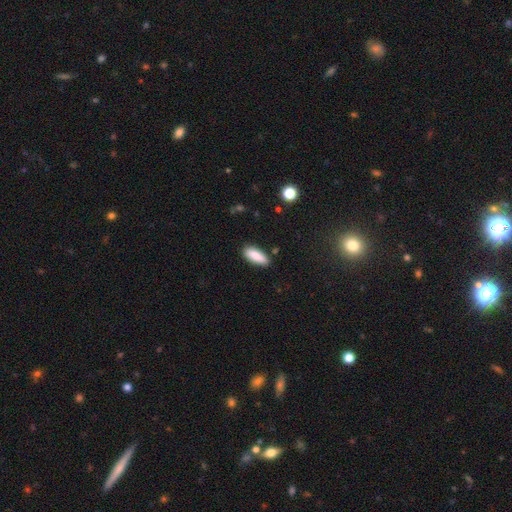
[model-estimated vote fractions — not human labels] A smooth galaxy with no disk features (87%) that is in between round and cigar-shaped (71%).

Vote fractions:
- Smooth or featured? smooth: 87% / featured or disk: 7% / star or artifact: 6%
- How rounded? in between: 71% / cigar-shaped: 28% / round: 2%
- Merging? none: 85% / minor disturbance: 11% / major disturbance: 2% / merger: 2%